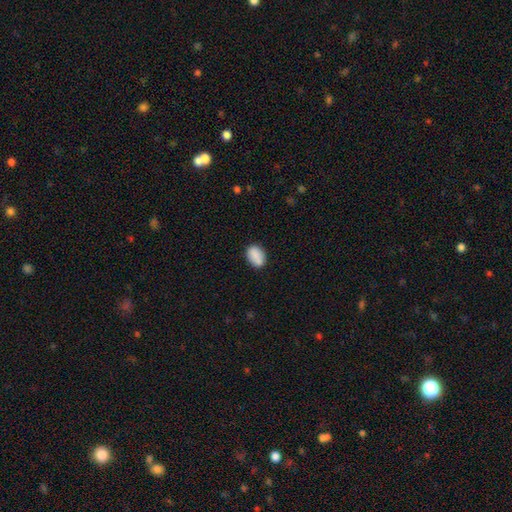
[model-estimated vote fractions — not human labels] Overall: smooth (87%). How rounded: in between (81%). Merging: none (81%).